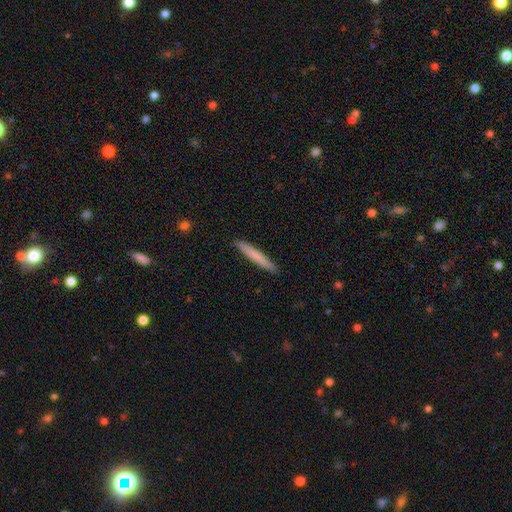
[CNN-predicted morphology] Smooth or featured?
  - smooth: 73% *
  - featured or disk: 22%
  - star or artifact: 5%
How rounded?
  - cigar-shaped: 96% *
  - in between: 3%
  - round: 1%
Merging?
  - none: 91% *
  - minor disturbance: 6%
  - major disturbance: 1%
  - merger: 1%